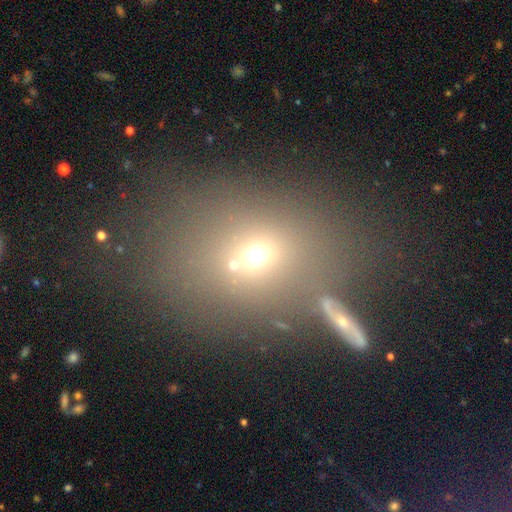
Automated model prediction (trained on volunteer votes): A smooth galaxy with no disk features (58%) that is round (49%, tied with in between).

Vote fractions:
- Smooth or featured? smooth: 58% / star or artifact: 26% / featured or disk: 17%
- How rounded? round: 49% (tied) / in between: 49% (tied) / cigar-shaped: 2%
- Merging? none: 56% / merger: 22% / minor disturbance: 13% / major disturbance: 9%